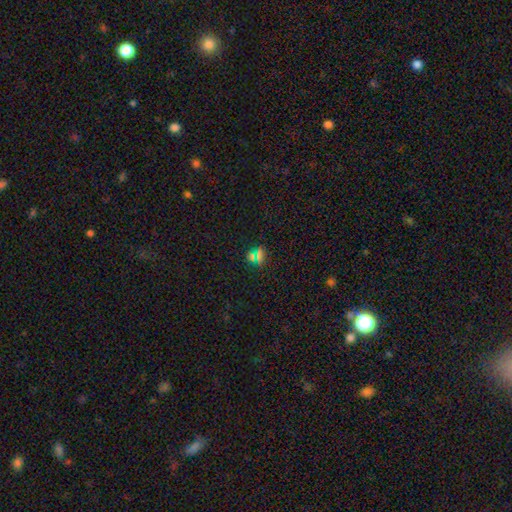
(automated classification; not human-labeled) Smooth or featured?
  - smooth: 47% *
  - star or artifact: 45%
  - featured or disk: 8%
Merging?
  - none: 81% *
  - minor disturbance: 10%
  - major disturbance: 5%
  - merger: 4%